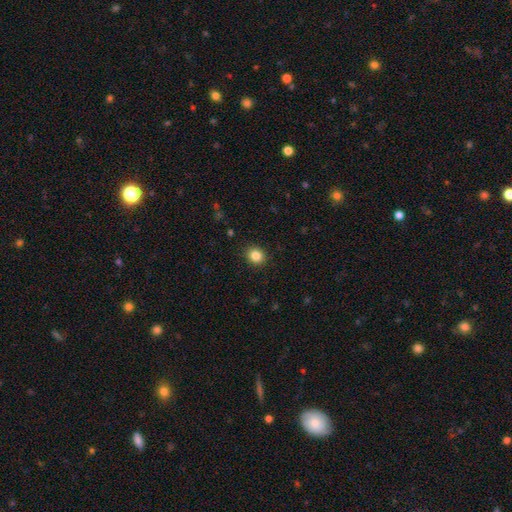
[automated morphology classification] smooth_or_featured: smooth (p=0.85) [alt: star or artifact p=0.10]
how_rounded: round (p=0.76) [alt: in between p=0.23]
merging: none (p=0.90) [alt: minor disturbance p=0.07]